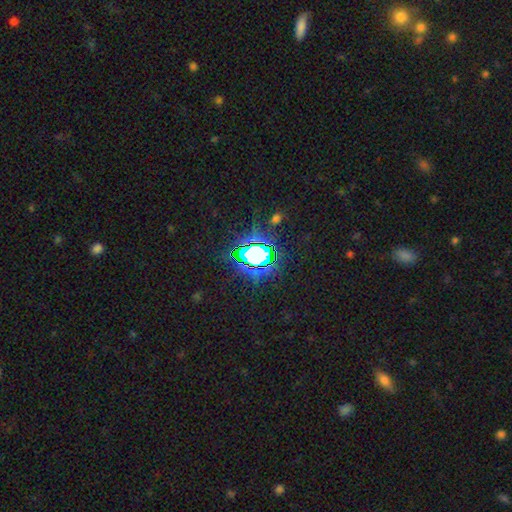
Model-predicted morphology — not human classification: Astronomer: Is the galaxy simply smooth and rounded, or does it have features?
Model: star or artifact — 73%.